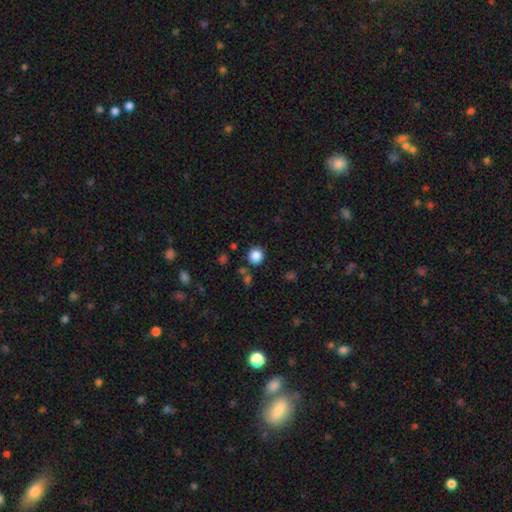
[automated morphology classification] smooth-or-featured: smooth: 85% | star or artifact: 11% | featured or disk: 4%
  how-rounded: round: 92% | in between: 7% | cigar-shaped: 1%
  merging: none: 85% | minor disturbance: 7% | merger: 4% | major disturbance: 3%